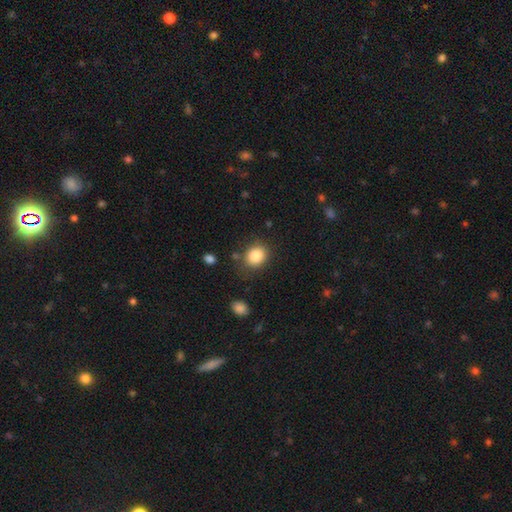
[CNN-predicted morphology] Smooth or featured? smooth (84%)
How rounded? round (61%)
Merging? none (79%)